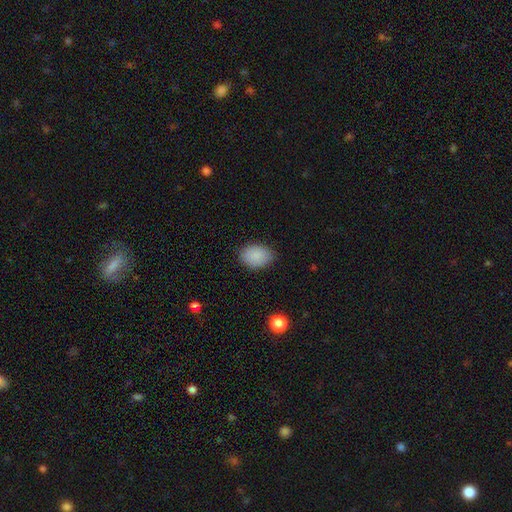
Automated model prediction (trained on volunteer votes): This appears to be a smooth galaxy with no disk features (88%) that is in between round and cigar-shaped (76%). Merging: none (83%).